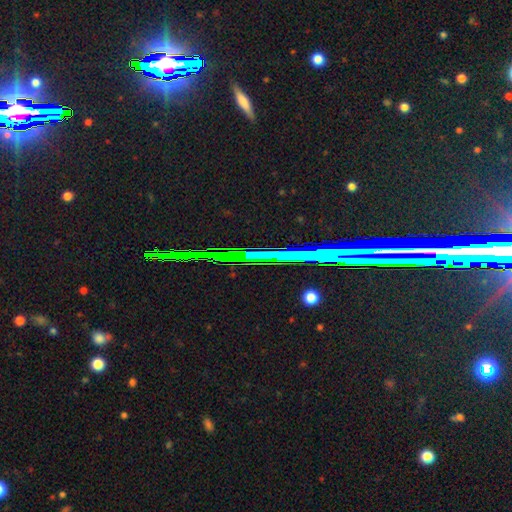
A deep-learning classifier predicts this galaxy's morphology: A star or artifact, not a galaxy (72%).